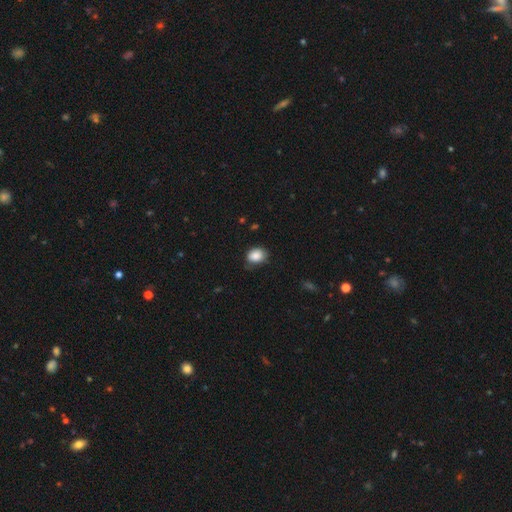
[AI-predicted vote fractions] Smooth or featured? Predicted: smooth (p=0.87). How rounded? Predicted: in between (p=0.60). Merging? Predicted: none (p=0.69).